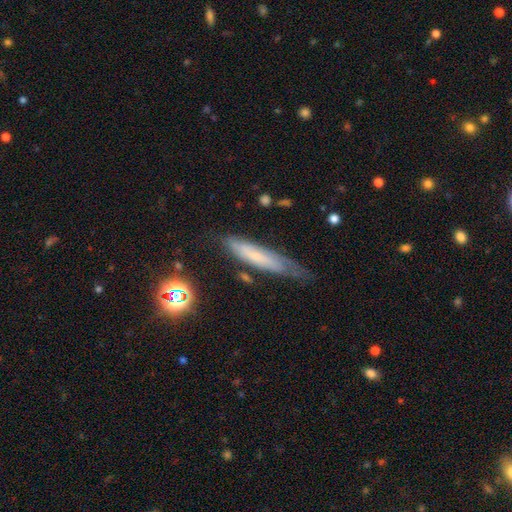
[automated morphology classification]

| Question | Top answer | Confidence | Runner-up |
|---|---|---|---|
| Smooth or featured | featured or disk | 46% | smooth (43%) |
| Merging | none | 59% | minor disturbance (28%) |